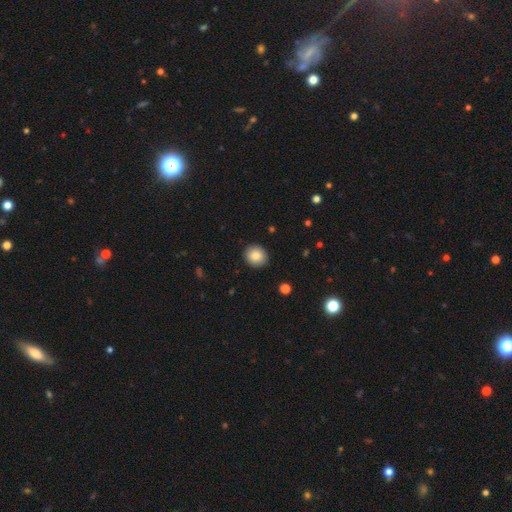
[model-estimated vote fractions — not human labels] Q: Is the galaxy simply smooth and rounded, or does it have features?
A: smooth — 85%.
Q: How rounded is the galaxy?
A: round — 84%.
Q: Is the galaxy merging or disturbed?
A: none — 91%.